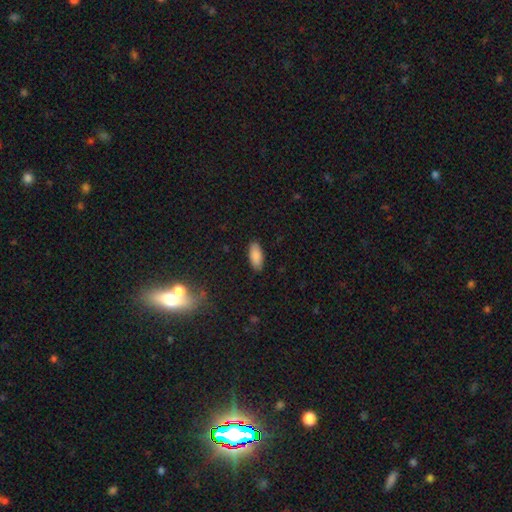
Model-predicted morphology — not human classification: This is clearly a smooth galaxy (87%). How rounded: clearly in between (89%). Merging: clearly none (88%).